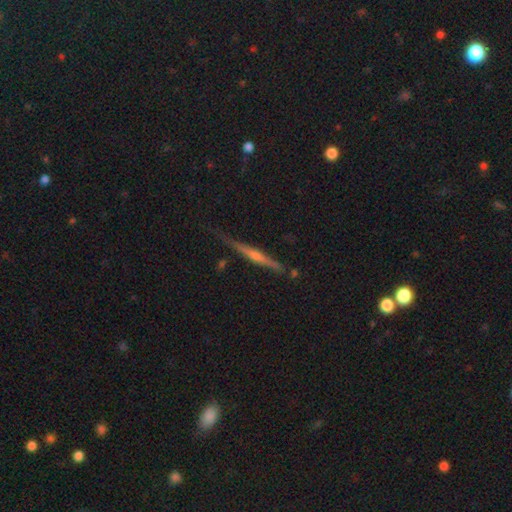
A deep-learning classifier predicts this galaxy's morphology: Overall: featured or disk (79%). Edge-on disk: yes (98%). Edge-on bulge: rounded (78%). Merging: none (86%).